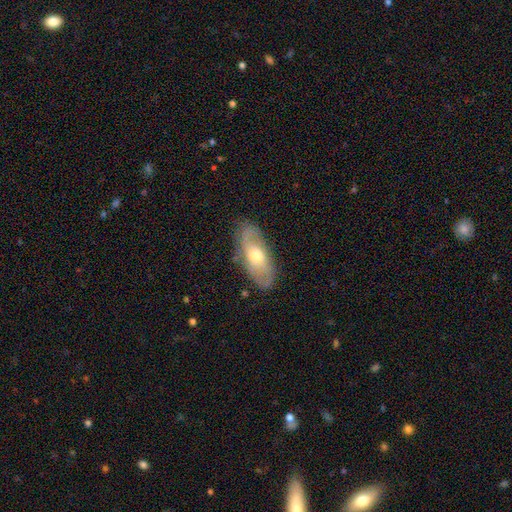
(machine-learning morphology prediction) Smooth or featured?
  - featured or disk: 63% *
  - smooth: 31%
  - star or artifact: 6%
Edge-on disk?
  - no: 85% *
  - yes: 15%
Bar?
  - no: 67% *
  - weak: 27%
  - strong: 6%
Spiral arms?
  - yes: 76% *
  - no: 24%
Bulge size?
  - moderate: 68% *
  - small: 23%
  - large: 7%
  - none: 1%
  - dominant: 1%
Merging?
  - none: 79% *
  - minor disturbance: 15%
  - major disturbance: 4%
  - merger: 1%